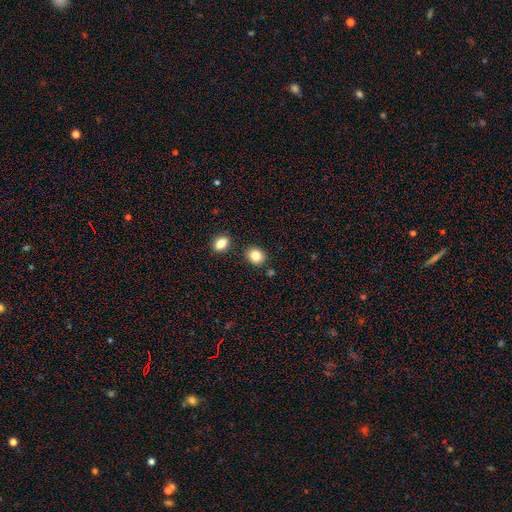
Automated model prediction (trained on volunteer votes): Smooth or featured? Predicted: smooth (p=0.84). How rounded? Predicted: round (p=0.59). Merging? Predicted: none (p=0.82).